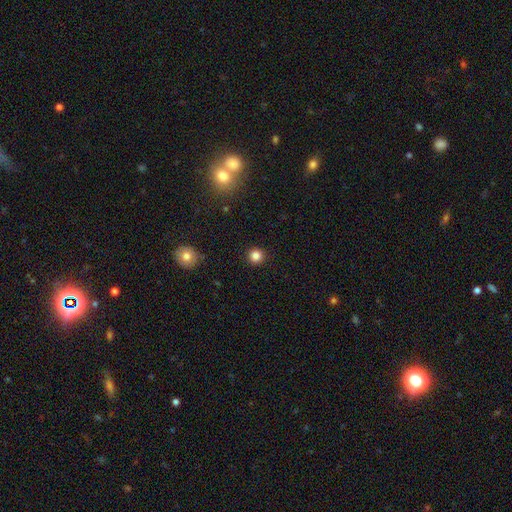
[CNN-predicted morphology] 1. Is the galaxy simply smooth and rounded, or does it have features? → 83% smooth, 13% star or artifact, 4% featured or disk.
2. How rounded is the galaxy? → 95% round, 4% in between, 1% cigar-shaped.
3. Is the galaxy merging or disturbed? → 92% none, 5% minor disturbance, 2% major disturbance, 1% merger.